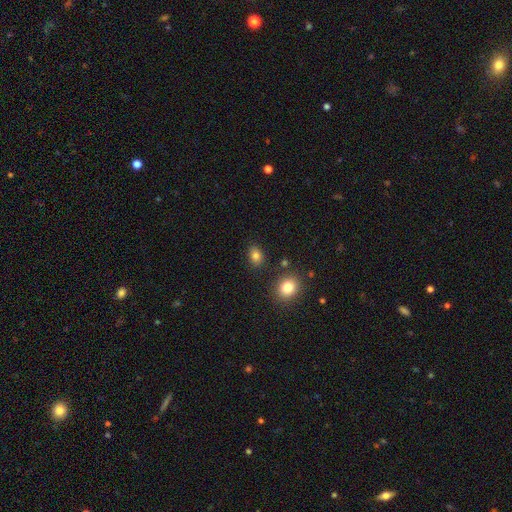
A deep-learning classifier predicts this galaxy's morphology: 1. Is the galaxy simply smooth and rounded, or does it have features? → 82% smooth, 12% star or artifact, 6% featured or disk.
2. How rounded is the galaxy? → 65% in between, 34% round, 1% cigar-shaped.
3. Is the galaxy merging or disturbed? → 82% none, 11% minor disturbance, 4% merger, 3% major disturbance.